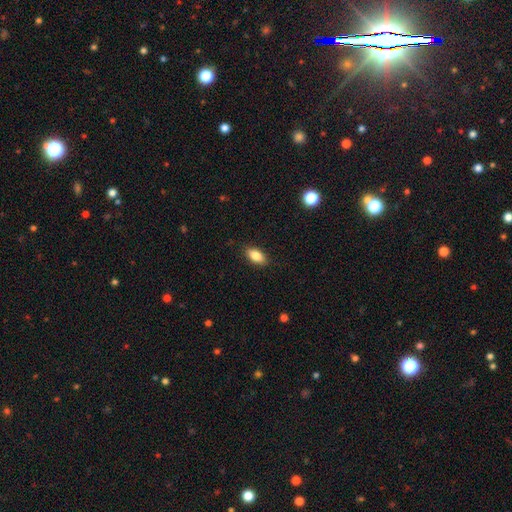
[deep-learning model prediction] smooth-or-featured: smooth: 84% | featured or disk: 8% | star or artifact: 8%
  how-rounded: in between: 89% | cigar-shaped: 7% | round: 4%
  merging: none: 87% | minor disturbance: 9% | major disturbance: 2% | merger: 1%